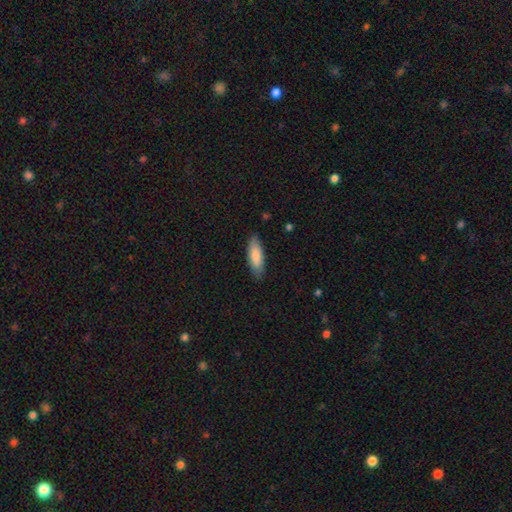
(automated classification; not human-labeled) This appears to be a smooth galaxy with no disk features (84%) that is in between round and cigar-shaped (60%). Merging: none (85%).